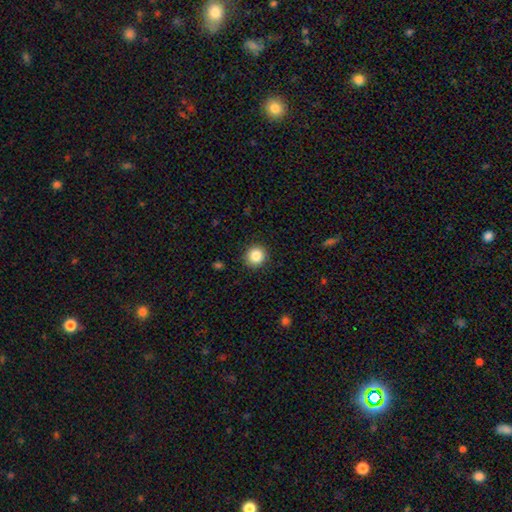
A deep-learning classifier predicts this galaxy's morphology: smooth-or-featured: smooth: 85% | star or artifact: 10% | featured or disk: 5%
  how-rounded: round: 90% | in between: 9% | cigar-shaped: 1%
  merging: none: 90% | minor disturbance: 7% | major disturbance: 2% | merger: 1%